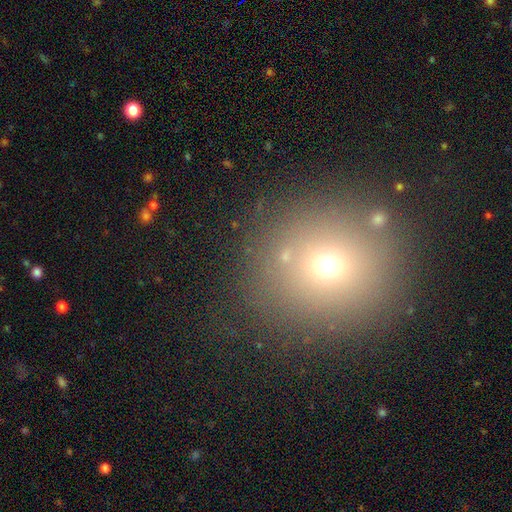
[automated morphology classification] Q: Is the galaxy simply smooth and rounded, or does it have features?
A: smooth — 63%.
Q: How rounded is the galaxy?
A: round — 88%.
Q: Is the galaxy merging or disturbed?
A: none — 83%.